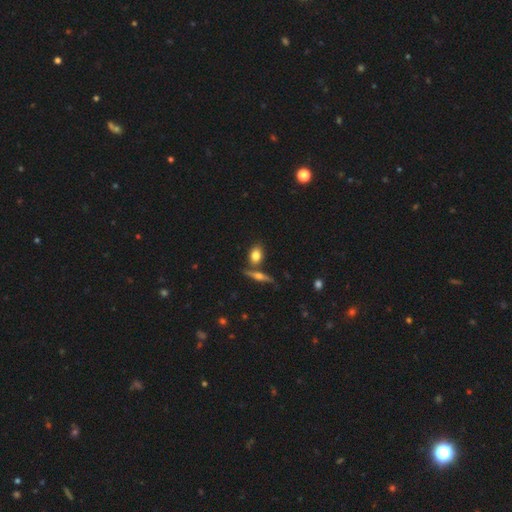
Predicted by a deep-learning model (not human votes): Smooth or featured?
  - smooth: 77% *
  - featured or disk: 15%
  - star or artifact: 8%
How rounded?
  - in between: 70% *
  - round: 25%
  - cigar-shaped: 5%
Merging?
  - none: 66% *
  - merger: 20%
  - minor disturbance: 11%
  - major disturbance: 3%